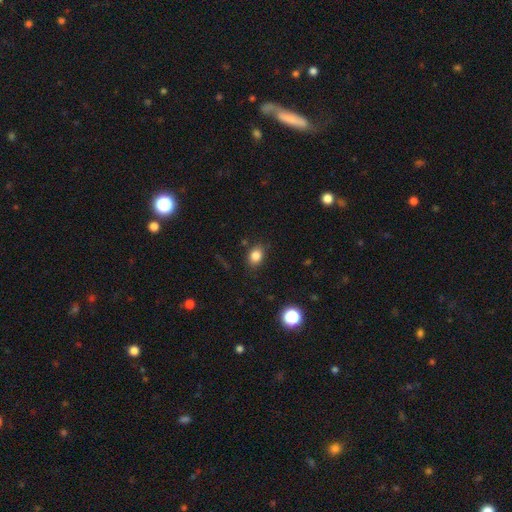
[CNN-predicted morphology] A smooth galaxy with no disk features (83%) that is in between round and cigar-shaped (62%). Merging: none (83%).